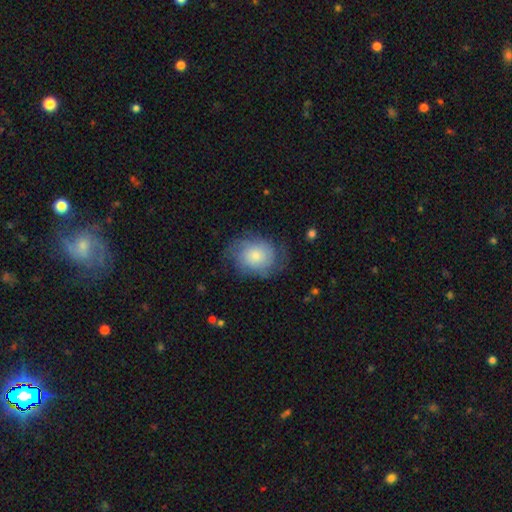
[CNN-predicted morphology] Overall: smooth (51%; featured or disk 42%). How rounded: round (50%; in between 49%). Merging: none (59%; minor disturbance 24%).